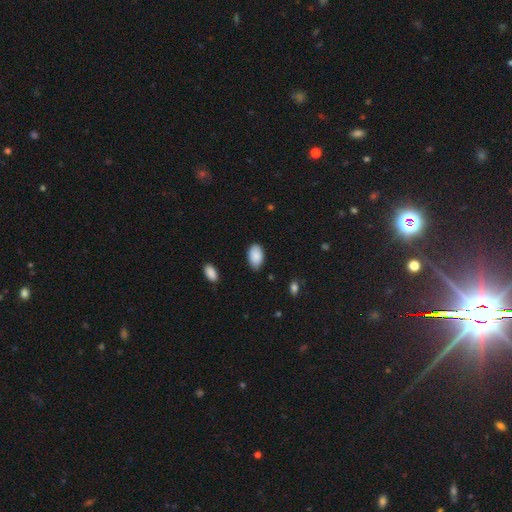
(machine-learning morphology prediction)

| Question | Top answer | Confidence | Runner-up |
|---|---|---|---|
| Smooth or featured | smooth | 89% | star or artifact (6%) |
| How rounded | in between | 94% | round (5%) |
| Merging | none | 78% | minor disturbance (18%) |